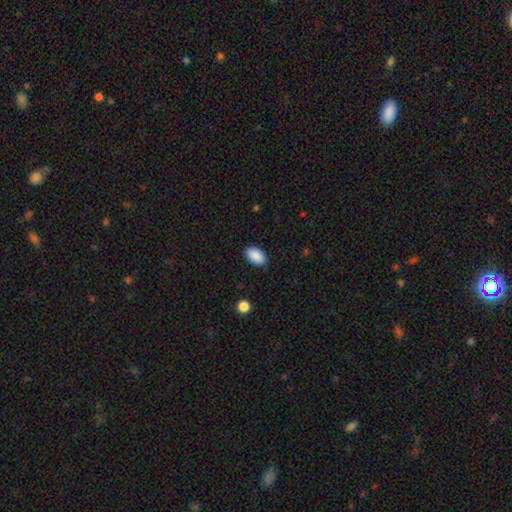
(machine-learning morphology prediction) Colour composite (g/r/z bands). It shows a smooth galaxy with no disk features (90%) that is in between round and cigar-shaped (92%). Merging: none (86%).